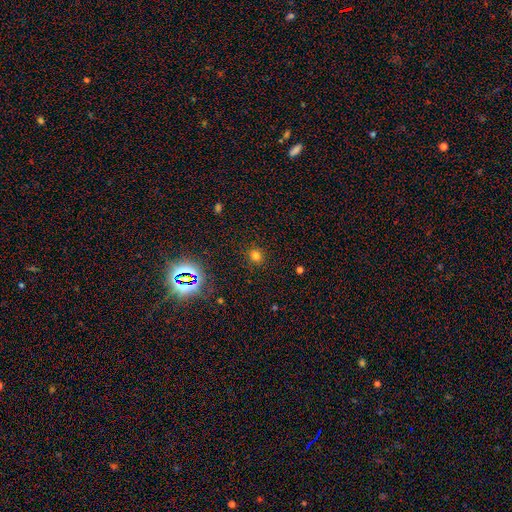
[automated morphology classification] A smooth galaxy with no disk features (74%) that is round (91%). Merging: none (89%).